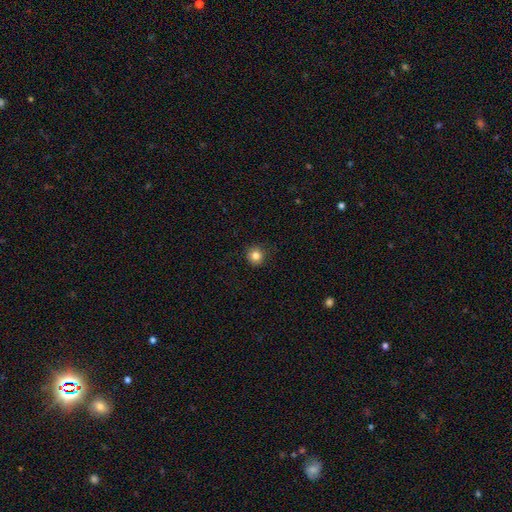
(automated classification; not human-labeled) A smooth galaxy with no disk features (82%) that is round (94%).

Vote fractions:
- Smooth or featured? smooth: 82% / star or artifact: 12% / featured or disk: 6%
- How rounded? round: 94% / in between: 5% / cigar-shaped: 1%
- Merging? none: 91% / minor disturbance: 7% / major disturbance: 2% / merger: 1%